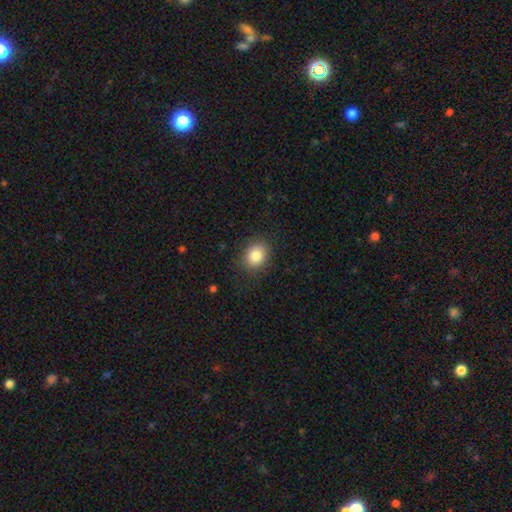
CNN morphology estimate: smooth_or_featured: smooth (p=0.84) [alt: star or artifact p=0.09]
how_rounded: round (p=0.54) [alt: in between p=0.45]
merging: none (p=0.86) [alt: minor disturbance p=0.10]